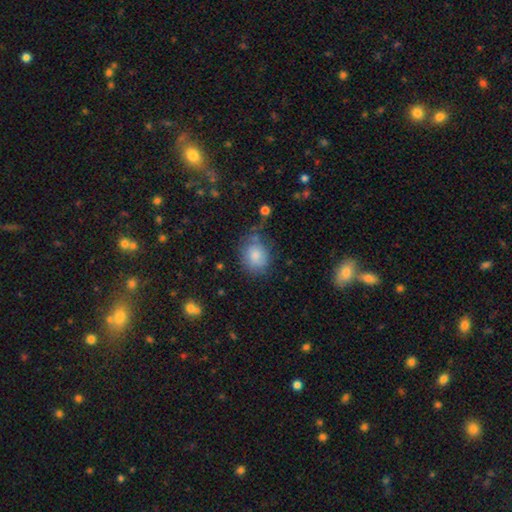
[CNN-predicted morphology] This is likely a smooth galaxy (80%). How rounded: possibly round (53%). Merging: possibly none (59%).